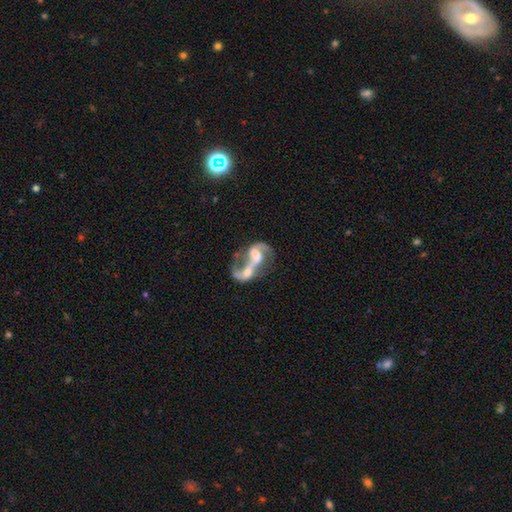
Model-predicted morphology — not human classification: A featured or disk galaxy (76%) with no bar (39%), 2 (75%) loose (72%) spiral arms (76%) and a moderate central bulge (36%).

Vote fractions:
- Smooth or featured? featured or disk: 76% / smooth: 15% / star or artifact: 9%
- Edge-on disk? no: 96% / yes: 4%
- Bar? no: 39% / weak: 36% / strong: 24%
- Spiral arms? yes: 76% / no: 24%
- Spiral winding? loose: 72% / medium: 23% / tight: 6%
- Spiral arm count? 2: 75% / 1: 14% / can't tell: 8% / 3: 2% / 4: 1% / more than 4: 1%
- Bulge size? moderate: 36% / small: 27% / none: 25% / large: 10% / dominant: 2%
- Merging? merger: 59% / major disturbance: 18% / none: 15% / minor disturbance: 7%